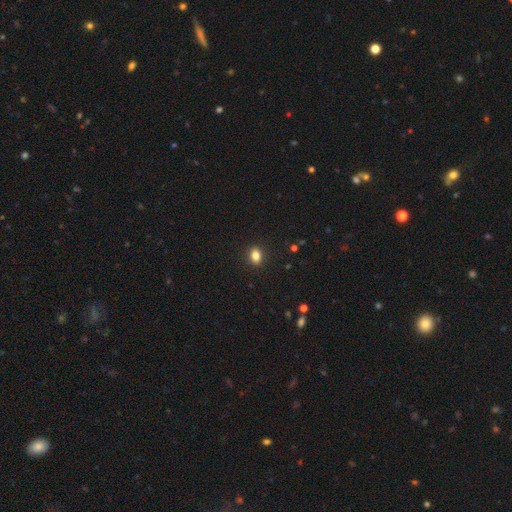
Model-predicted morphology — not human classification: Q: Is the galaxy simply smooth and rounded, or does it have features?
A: smooth — 84%.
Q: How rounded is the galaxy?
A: in between — 73%.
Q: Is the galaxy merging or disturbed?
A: none — 90%.